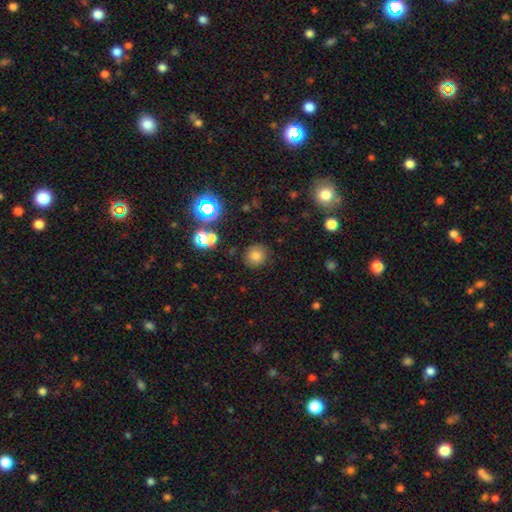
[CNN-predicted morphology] type=smooth (77%); roundness=round (91%); merging=none (86%).